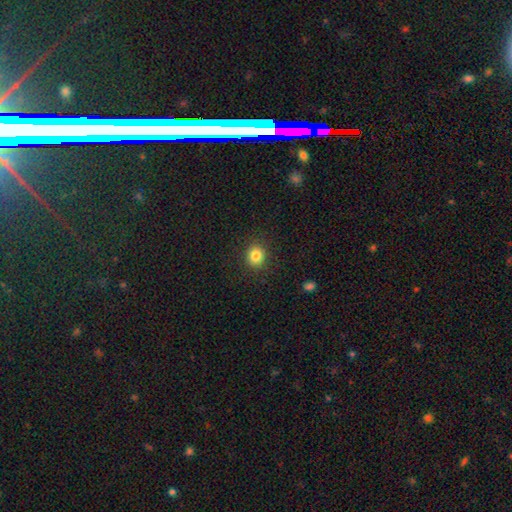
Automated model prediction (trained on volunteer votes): A smooth galaxy with no disk features (83%) that is round (78%).

Vote fractions:
- Smooth or featured? smooth: 83% / star or artifact: 11% / featured or disk: 6%
- How rounded? round: 78% / in between: 21% / cigar-shaped: 1%
- Merging? none: 89% / minor disturbance: 7% / major disturbance: 2% / merger: 1%